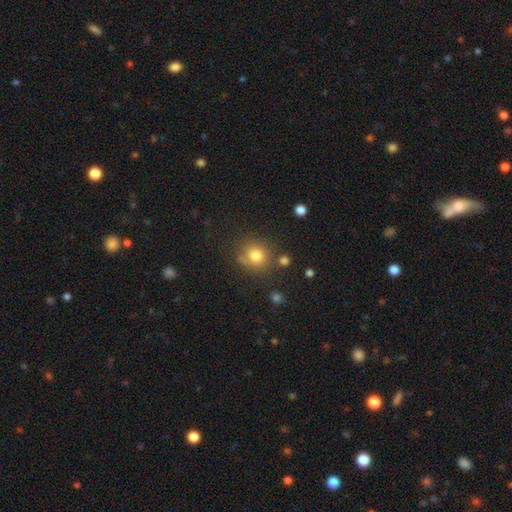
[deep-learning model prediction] A smooth galaxy with no disk features (78%) that is round (87%).

Vote fractions:
- Smooth or featured? smooth: 78% / star or artifact: 13% / featured or disk: 9%
- How rounded? round: 87% / in between: 12% / cigar-shaped: 1%
- Merging? none: 75% / minor disturbance: 13% / merger: 7% / major disturbance: 5%